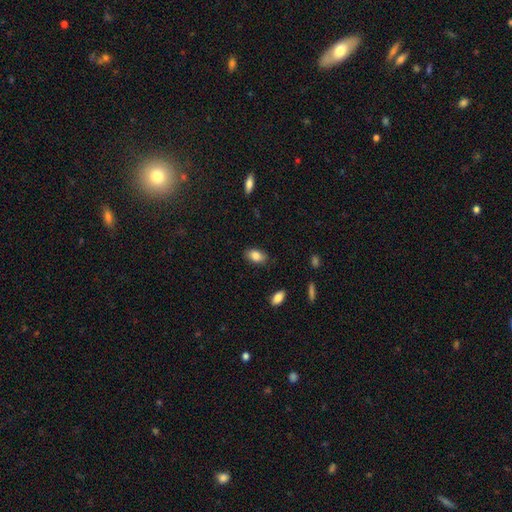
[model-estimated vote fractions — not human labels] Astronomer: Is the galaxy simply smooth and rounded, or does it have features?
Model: smooth — 84%.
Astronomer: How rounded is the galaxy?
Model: in between — 91%.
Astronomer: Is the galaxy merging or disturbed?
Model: none — 85%.